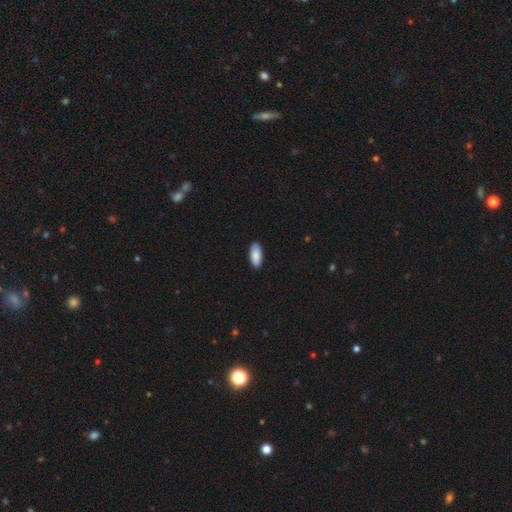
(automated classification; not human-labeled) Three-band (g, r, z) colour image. It shows a smooth galaxy with no disk features (89%) that is in between round and cigar-shaped (88%). Merging: none (89%).